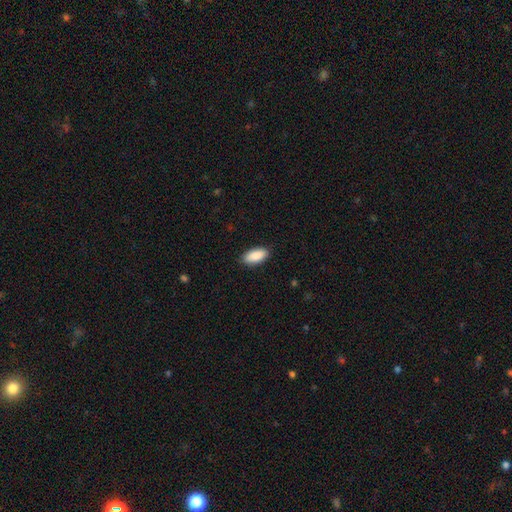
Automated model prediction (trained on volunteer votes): Smooth or featured? Predicted: smooth (p=0.90). How rounded? Predicted: in between (p=0.91). Merging? Predicted: none (p=0.89).